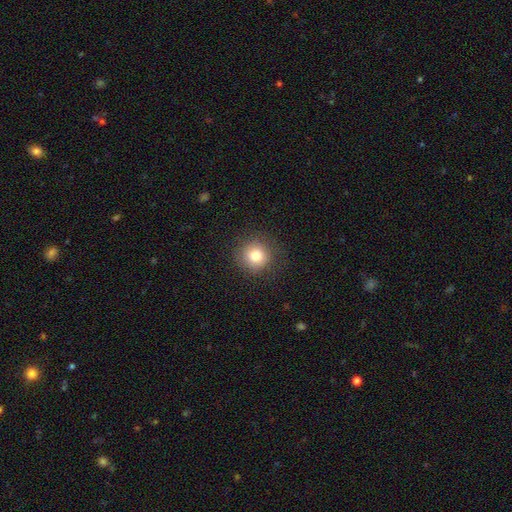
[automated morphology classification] A smooth galaxy with no disk features (81%) that is round (93%).

Vote fractions:
- Smooth or featured? smooth: 81% / star or artifact: 11% / featured or disk: 8%
- How rounded? round: 93% / in between: 6% / cigar-shaped: 1%
- Merging? none: 86% / minor disturbance: 9% / major disturbance: 4% / merger: 1%